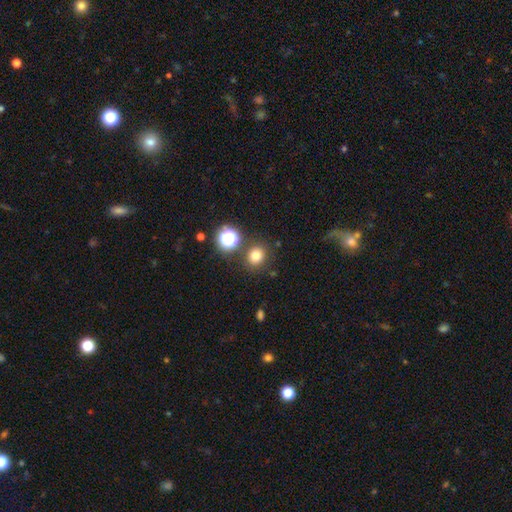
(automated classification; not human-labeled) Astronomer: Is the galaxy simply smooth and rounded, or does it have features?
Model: smooth — 76%.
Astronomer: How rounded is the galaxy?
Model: round — 77%.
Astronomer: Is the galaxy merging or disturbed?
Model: none — 81%.